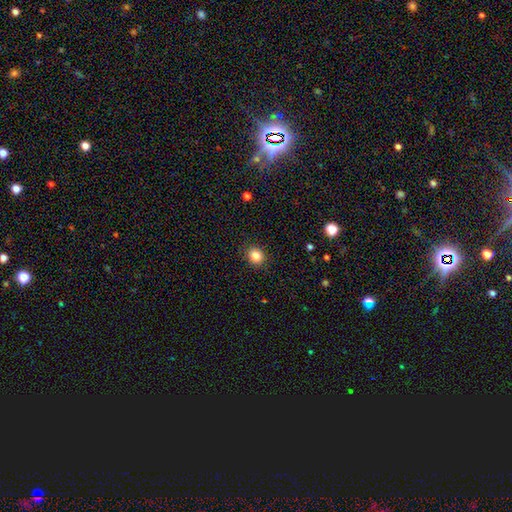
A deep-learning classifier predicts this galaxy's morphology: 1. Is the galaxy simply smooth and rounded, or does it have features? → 83% smooth, 11% star or artifact, 5% featured or disk.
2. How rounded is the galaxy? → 74% round, 26% in between, 1% cigar-shaped.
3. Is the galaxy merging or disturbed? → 89% none, 7% minor disturbance, 2% major disturbance, 1% merger.